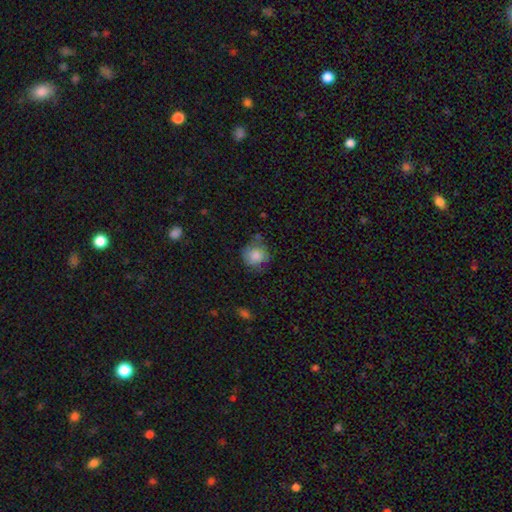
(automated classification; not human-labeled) smooth 79%, featured or disk 13%, star or artifact 8%. Down the decision tree: how rounded — round (84%); merging — none (61%).